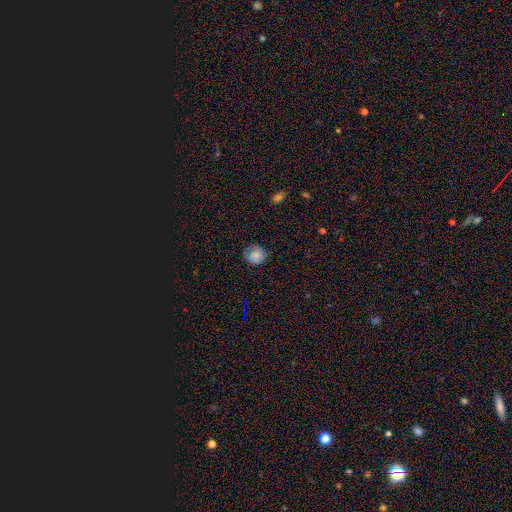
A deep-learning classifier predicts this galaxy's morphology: Q: Smooth or featured?
A: smooth (77%); runner-up: featured or disk (12%)
Q: How rounded?
A: round (79%); runner-up: in between (20%)
Q: Merging?
A: none (68%); runner-up: minor disturbance (25%)